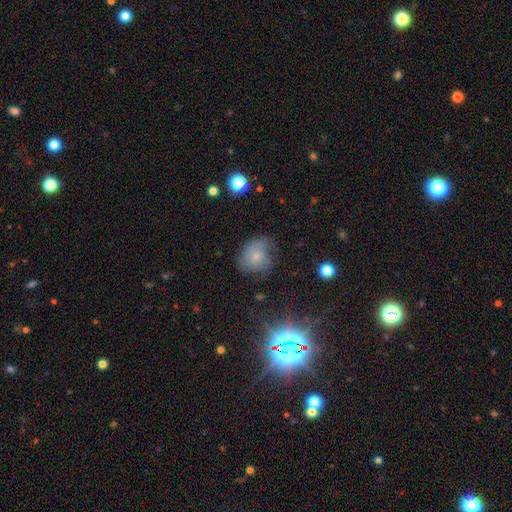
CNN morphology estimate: The model was most divided on "merging": none: 47%, minor disturbance: 31%, major disturbance: 19%, merger: 3%. More confident: how rounded — round (67%); smooth or featured — smooth (61%).